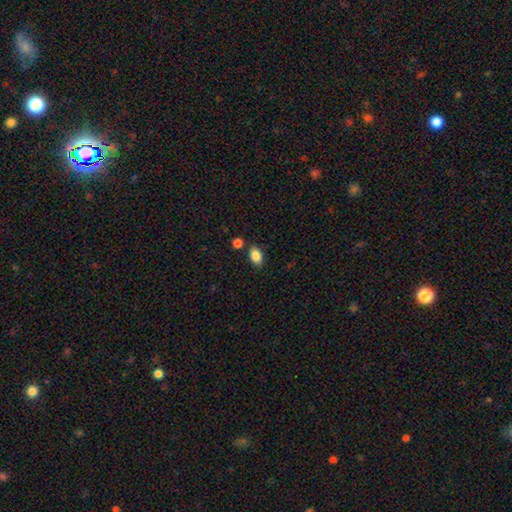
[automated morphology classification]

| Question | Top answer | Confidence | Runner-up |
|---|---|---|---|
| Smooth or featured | smooth | 86% | star or artifact (8%) |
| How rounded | in between | 88% | round (11%) |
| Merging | none | 83% | minor disturbance (9%) |